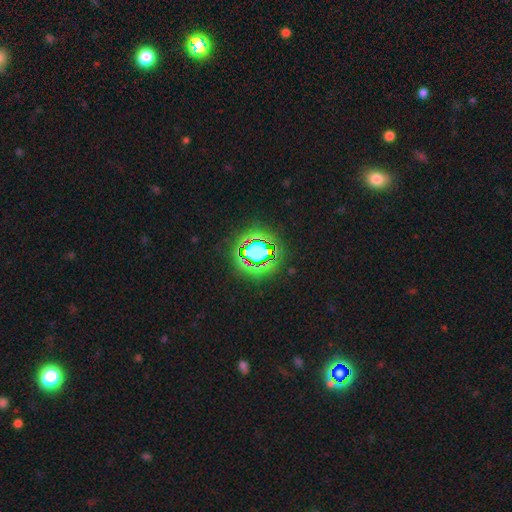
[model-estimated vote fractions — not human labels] Morphology: type=star or artifact (79%).